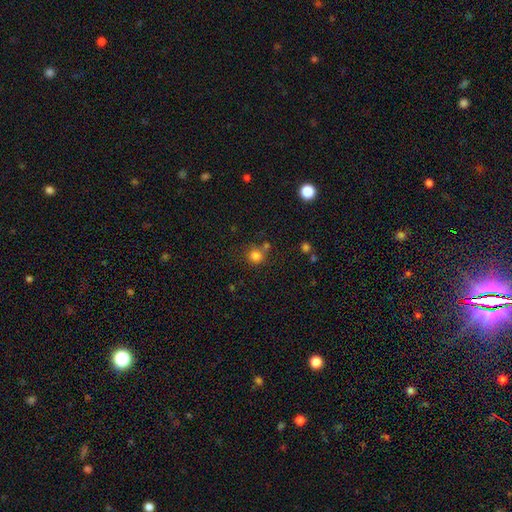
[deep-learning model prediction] Overall: smooth (79%). How rounded: round (89%). Merging: none (64%).